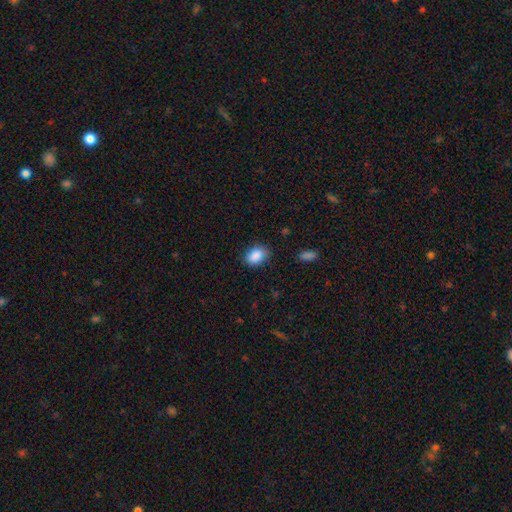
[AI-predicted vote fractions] This is clearly a smooth galaxy (88%). How rounded: likely in between (80%). Merging: clearly none (82%).